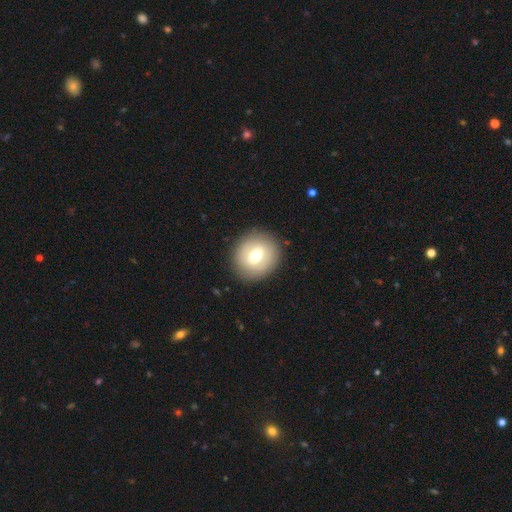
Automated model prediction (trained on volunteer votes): This appears to be a smooth galaxy with no disk features (62%) that is round (80%). Merging: none (88%).